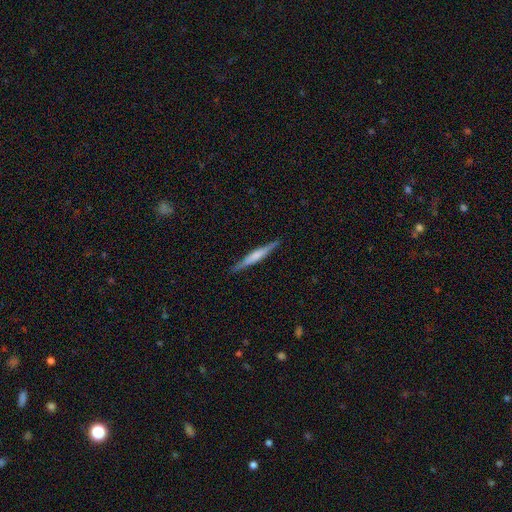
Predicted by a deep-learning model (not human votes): This is possibly a featured or disk galaxy (54%). It is clearly viewed edge-on (97%). Edge-on bulge: marginally rounded (42%). Merging: clearly none (90%).